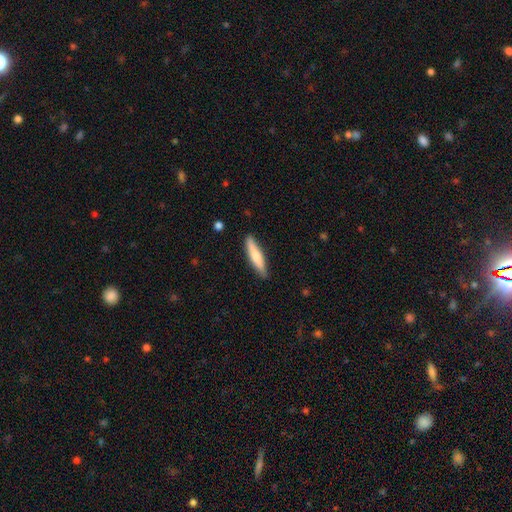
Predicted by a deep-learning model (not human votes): Q: Smooth or featured?
A: smooth (66%); runner-up: featured or disk (29%)
Q: How rounded?
A: cigar-shaped (86%); runner-up: in between (13%)
Q: Merging?
A: none (86%); runner-up: minor disturbance (11%)